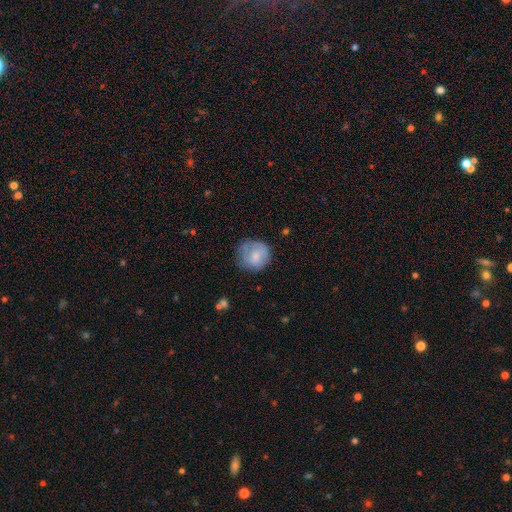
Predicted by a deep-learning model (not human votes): Smooth or featured?
  - smooth: 58% *
  - featured or disk: 35%
  - star or artifact: 7%
How rounded?
  - round: 86% *
  - in between: 13%
  - cigar-shaped: 1%
Merging?
  - none: 66% *
  - minor disturbance: 23%
  - major disturbance: 10%
  - merger: 2%